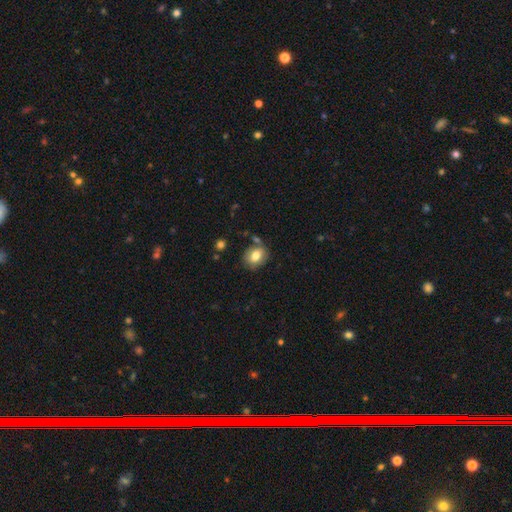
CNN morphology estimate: Smooth or featured?
  - smooth: 76% *
  - featured or disk: 15%
  - star or artifact: 9%
How rounded?
  - in between: 50% *
  - round: 49%
  - cigar-shaped: 1%
Merging?
  - none: 74% *
  - minor disturbance: 15%
  - merger: 8%
  - major disturbance: 4%